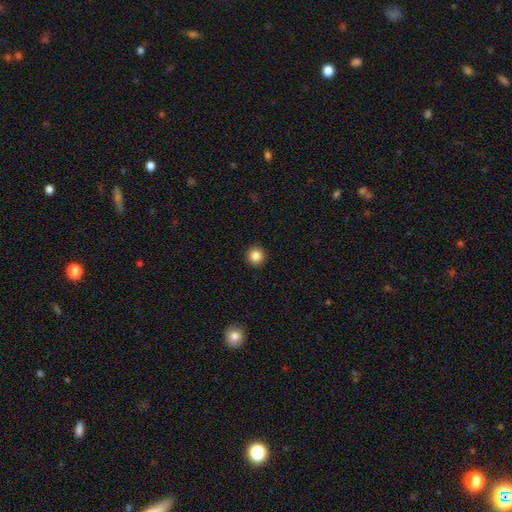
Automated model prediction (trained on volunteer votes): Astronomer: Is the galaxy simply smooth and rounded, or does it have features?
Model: smooth — 85%.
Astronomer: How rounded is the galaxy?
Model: round — 95%.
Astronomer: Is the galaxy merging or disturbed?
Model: none — 93%.